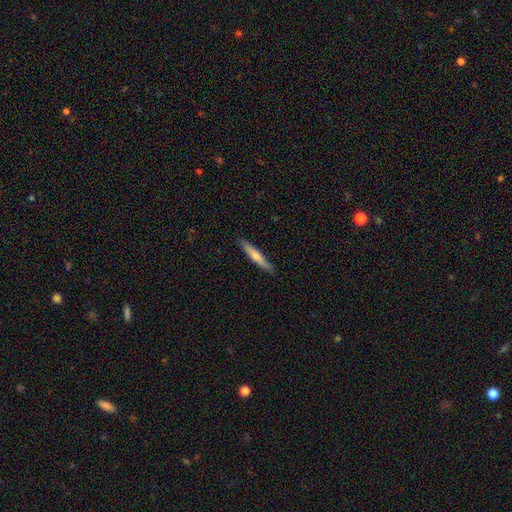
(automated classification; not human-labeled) Q: Smooth or featured?
A: smooth (65%); runner-up: featured or disk (30%)
Q: How rounded?
A: cigar-shaped (94%); runner-up: in between (5%)
Q: Merging?
A: none (90%); runner-up: minor disturbance (7%)